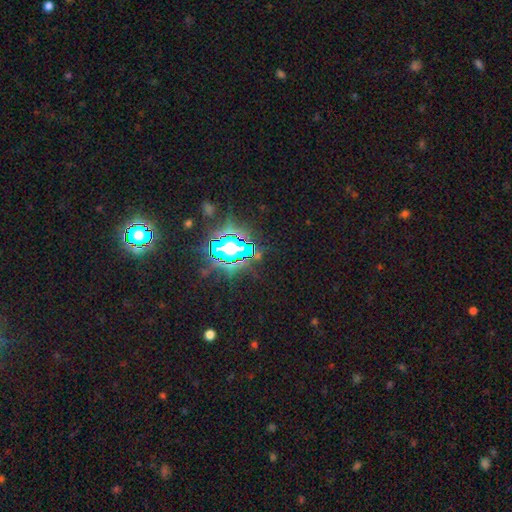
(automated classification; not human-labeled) smooth-or-featured: star or artifact: 76% | smooth: 14% | featured or disk: 10%